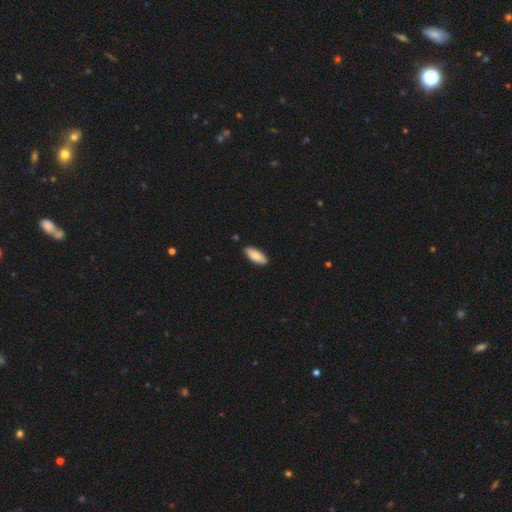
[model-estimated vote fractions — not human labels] Smooth or featured? smooth (84%)
How rounded? in between (78%)
Merging? none (87%)